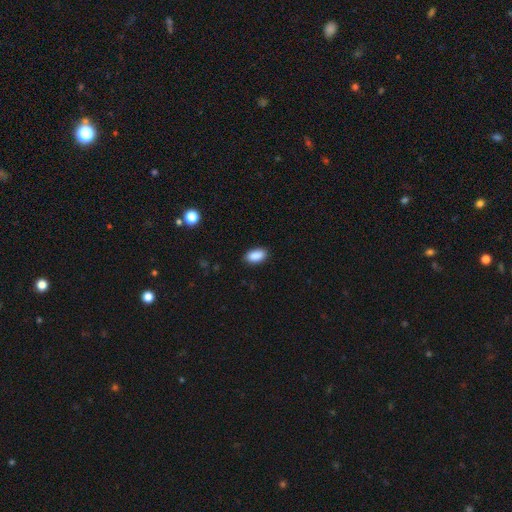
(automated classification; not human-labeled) This appears to be a smooth galaxy with no disk features (89%) that is in between round and cigar-shaped (93%). Merging: none (87%).